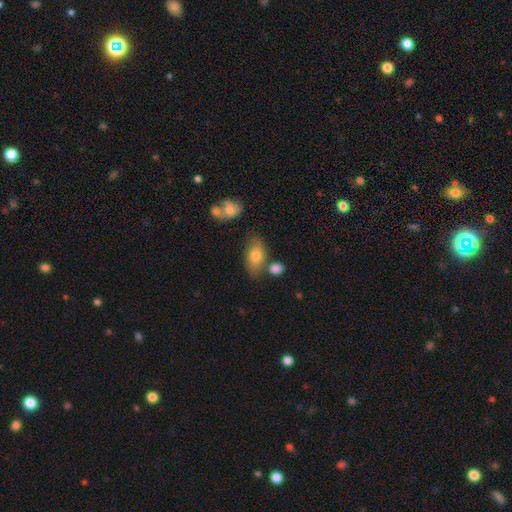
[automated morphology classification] smooth_or_featured: smooth (p=0.76) [alt: featured or disk p=0.16]
how_rounded: in between (p=0.90) [alt: round p=0.07]
merging: none (p=0.65) [alt: minor disturbance p=0.17]